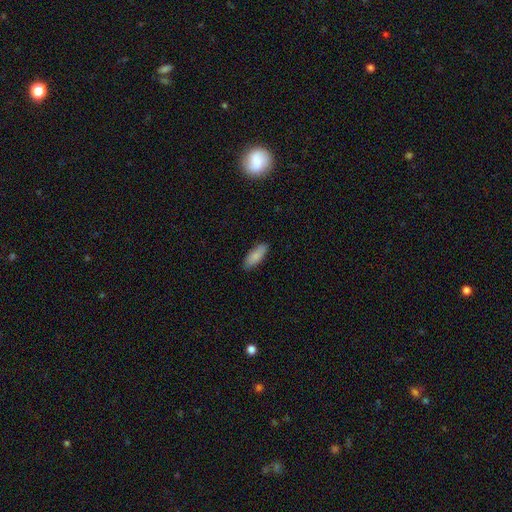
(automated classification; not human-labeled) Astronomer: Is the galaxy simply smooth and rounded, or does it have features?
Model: smooth — 87%.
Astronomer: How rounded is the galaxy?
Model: in between — 72%.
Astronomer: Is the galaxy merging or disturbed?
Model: none — 87%.